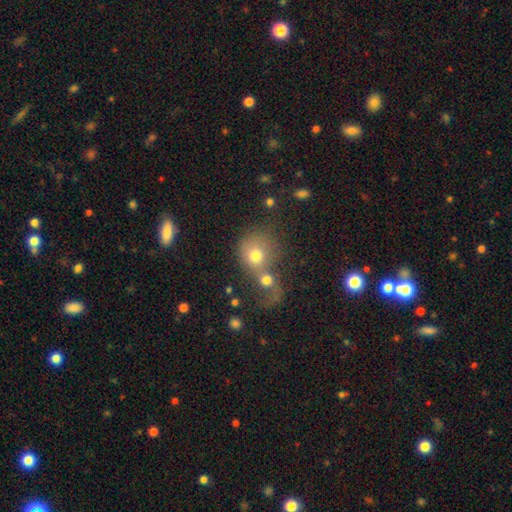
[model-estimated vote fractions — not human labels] Smooth or featured? Predicted: smooth (p=0.68). How rounded? Predicted: round (p=0.74). Merging? Predicted: merger (p=0.67).